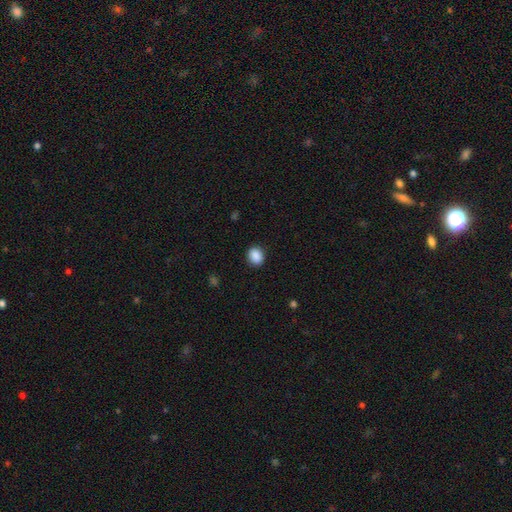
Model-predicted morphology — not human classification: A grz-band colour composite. It shows a smooth galaxy with no disk features (89%) that is round (54%). Merging: none (89%).